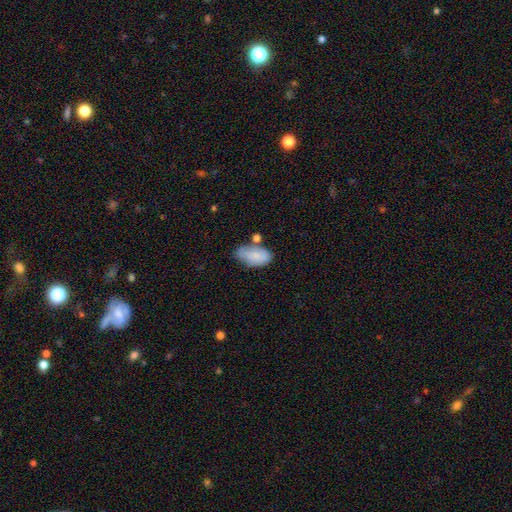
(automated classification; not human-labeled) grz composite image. It shows a smooth galaxy with no disk features (79%) that is in between round and cigar-shaped (94%). Merging: none (45%).